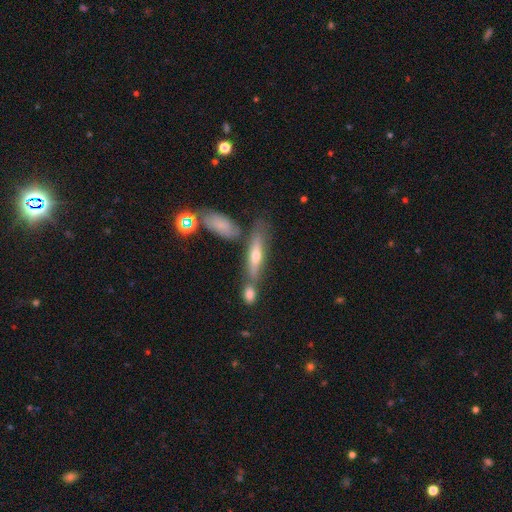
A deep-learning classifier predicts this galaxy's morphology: Smooth or featured? Predicted: featured or disk (p=0.52). Edge-on disk? Predicted: yes (p=0.81). Merging? Predicted: none (p=0.58).